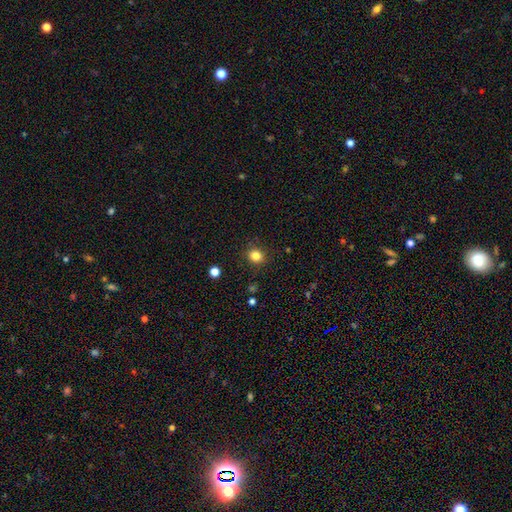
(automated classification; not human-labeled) Smooth or featured?
  - smooth: 83% *
  - star or artifact: 13%
  - featured or disk: 5%
How rounded?
  - round: 84% *
  - in between: 15%
  - cigar-shaped: 1%
Merging?
  - none: 88% *
  - minor disturbance: 8%
  - major disturbance: 3%
  - merger: 1%